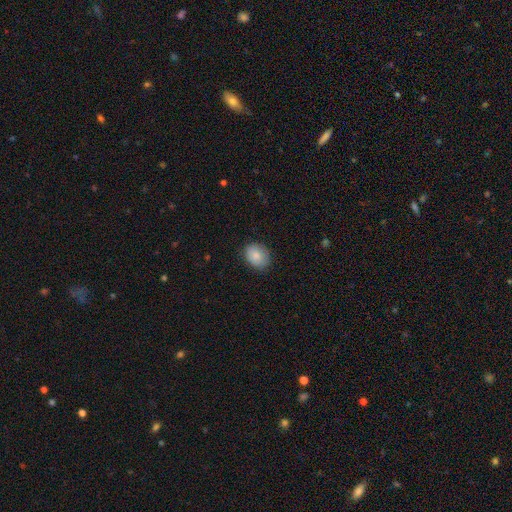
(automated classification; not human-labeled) The model was most divided on "how rounded": in between: 52%, round: 47%, cigar-shaped: 1%. More confident: smooth or featured — smooth (85%); merging — none (82%).